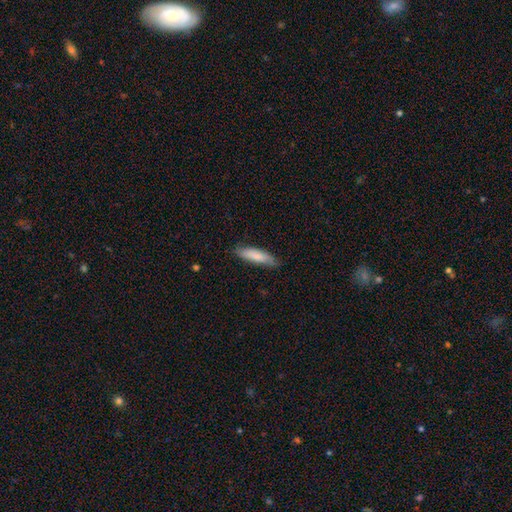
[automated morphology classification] A smooth galaxy with no disk features (83%) that is cigar-shaped (67%). Merging: none (79%).